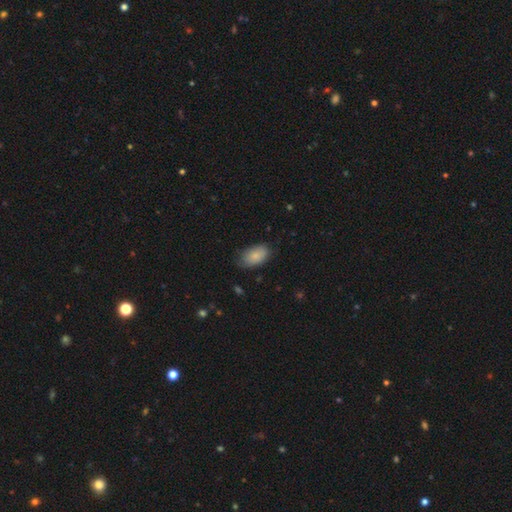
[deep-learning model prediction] Overall: smooth (85%). How rounded: in between (93%). Merging: none (75%).